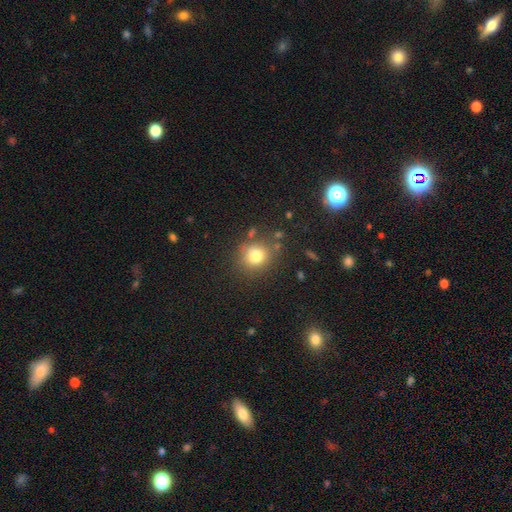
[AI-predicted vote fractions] Q: Smooth or featured?
A: smooth (79%); runner-up: star or artifact (13%)
Q: How rounded?
A: round (86%); runner-up: in between (13%)
Q: Merging?
A: none (79%); runner-up: minor disturbance (11%)